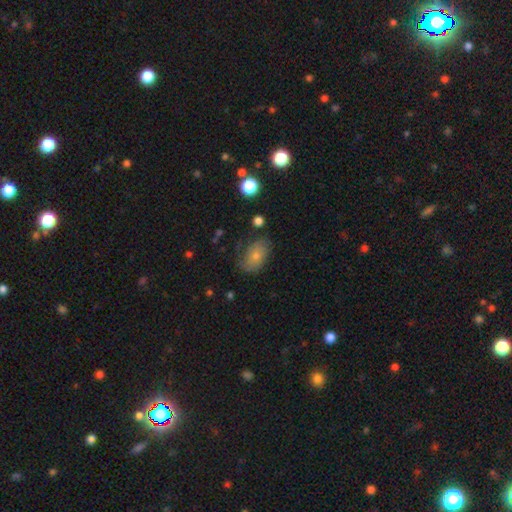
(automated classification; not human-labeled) Smooth or featured? smooth (58%)
How rounded? in between (83%)
Merging? none (63%)